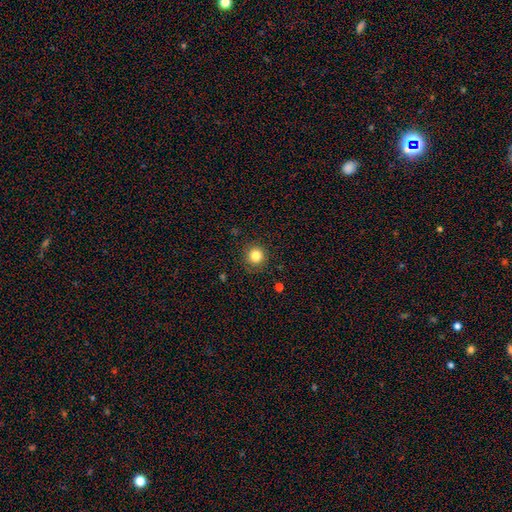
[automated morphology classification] The model was most divided on "smooth or featured": smooth: 83%, star or artifact: 11%, featured or disk: 6%. More confident: how rounded — round (94%); merging — none (89%).